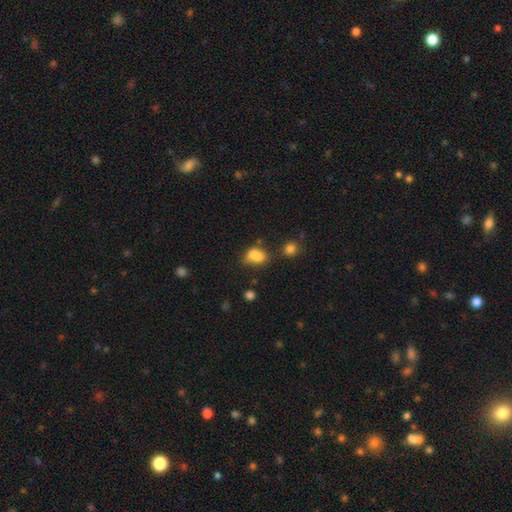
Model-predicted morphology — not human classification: Smooth or featured?
  - smooth: 73% *
  - featured or disk: 15%
  - star or artifact: 12%
How rounded?
  - in between: 57% *
  - round: 41%
  - cigar-shaped: 2%
Merging?
  - merger: 51% *
  - none: 29%
  - minor disturbance: 13%
  - major disturbance: 7%